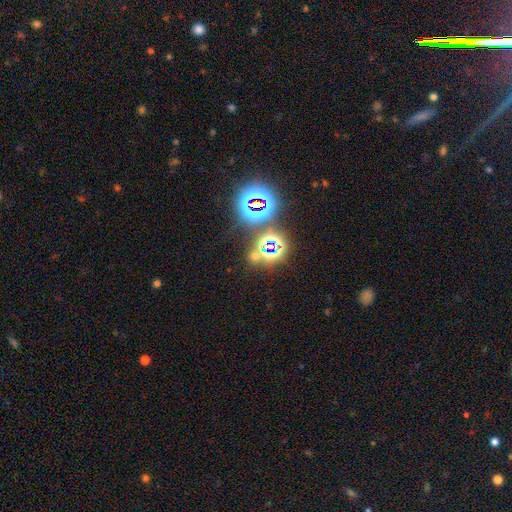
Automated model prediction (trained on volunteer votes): Morphology: type=star or artifact (63%).